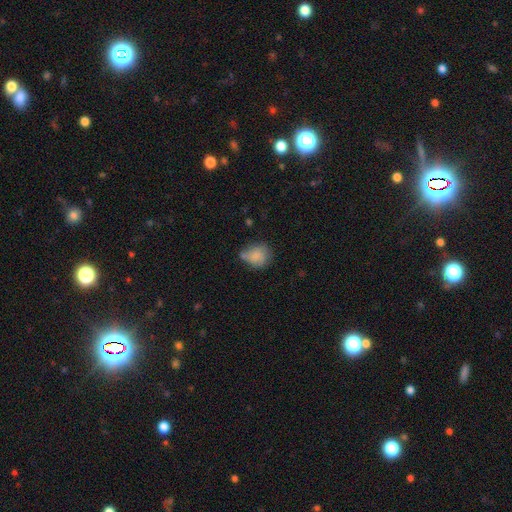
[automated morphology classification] Smooth or featured: smooth — 75% (featured or disk — 17%)
How rounded: round — 66% (in between — 33%)
Merging: none — 48% (minor disturbance — 32%)